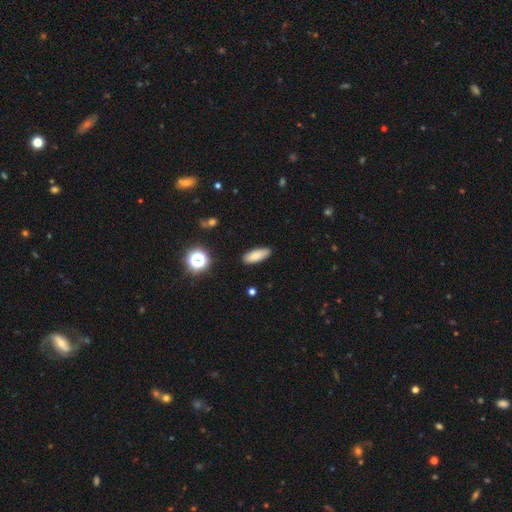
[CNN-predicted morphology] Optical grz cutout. It shows a smooth galaxy with no disk features (83%) that is in between round and cigar-shaped (73%). Merging: none (87%).